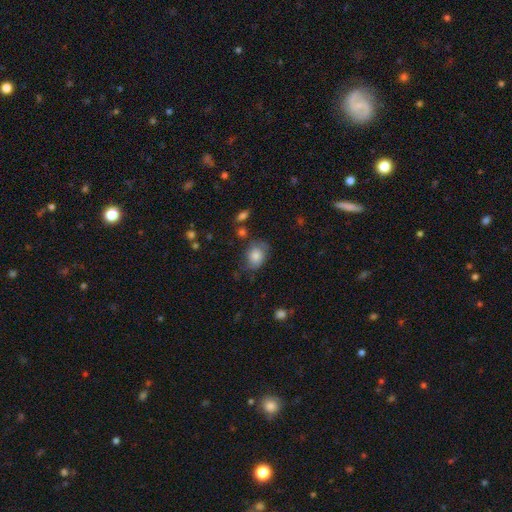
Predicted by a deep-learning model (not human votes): This appears to be a smooth galaxy with no disk features (75%) that is in between round and cigar-shaped (61%). Merging: none (59%).